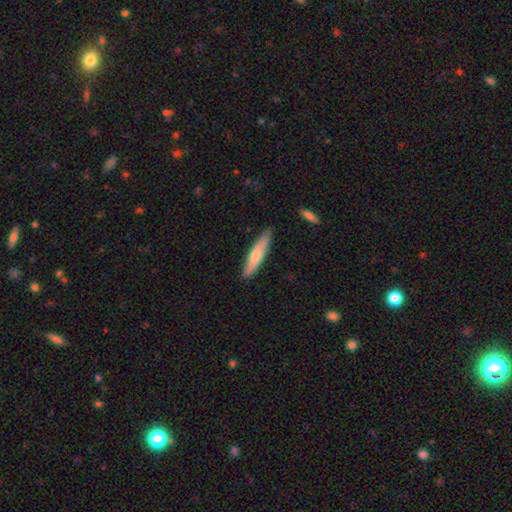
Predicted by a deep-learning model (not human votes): smooth 67%, featured or disk 28%, star or artifact 5%. Down the decision tree: how rounded — cigar-shaped (81%); merging — none (83%).